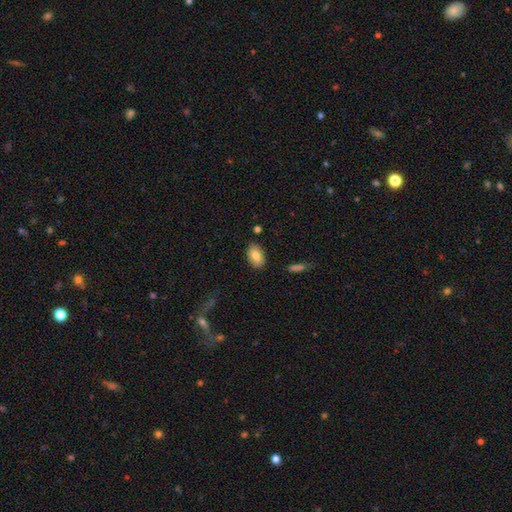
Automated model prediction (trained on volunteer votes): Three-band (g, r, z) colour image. It shows a smooth galaxy with no disk features (83%) that is in between round and cigar-shaped (92%). Merging: none (85%).